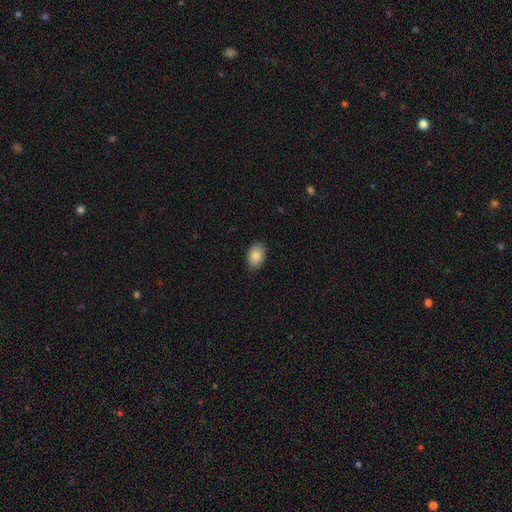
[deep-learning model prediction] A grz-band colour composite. It shows a smooth galaxy with no disk features (86%) that is in between round and cigar-shaped (82%). Merging: none (87%).